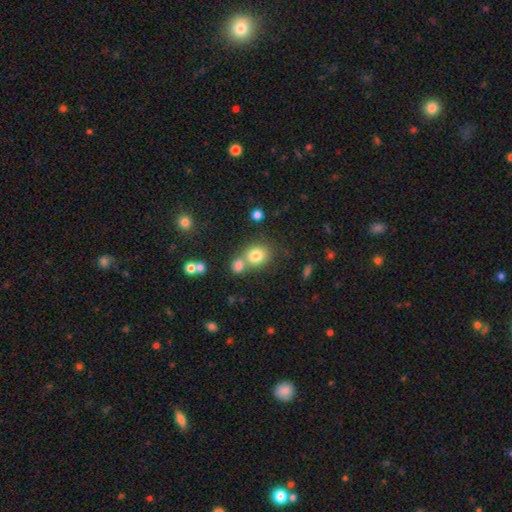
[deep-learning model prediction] A smooth galaxy with no disk features (78%) that is round (76%). Merging: none (54%).